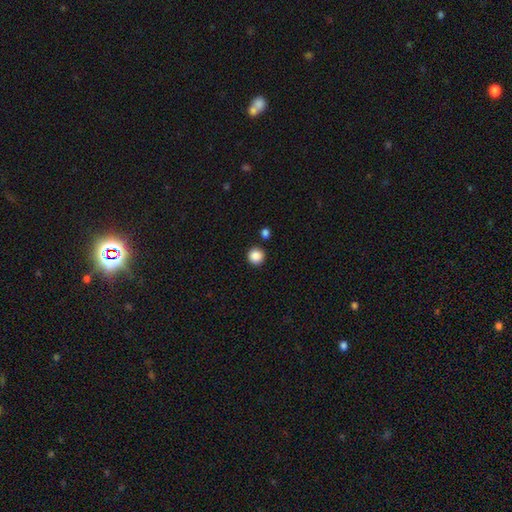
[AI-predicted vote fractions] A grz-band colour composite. It shows a smooth galaxy with no disk features (87%) that is round (95%). Merging: none (90%).